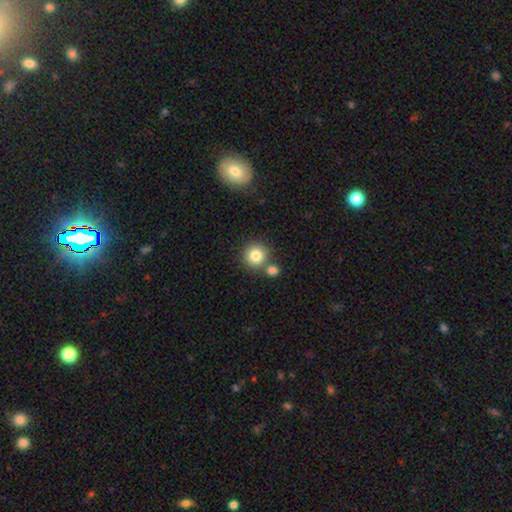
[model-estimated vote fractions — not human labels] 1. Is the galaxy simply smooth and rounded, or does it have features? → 82% smooth, 10% star or artifact, 8% featured or disk.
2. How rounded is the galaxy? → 92% round, 7% in between, 1% cigar-shaped.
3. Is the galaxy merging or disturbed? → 70% none, 20% merger, 8% minor disturbance, 2% major disturbance.